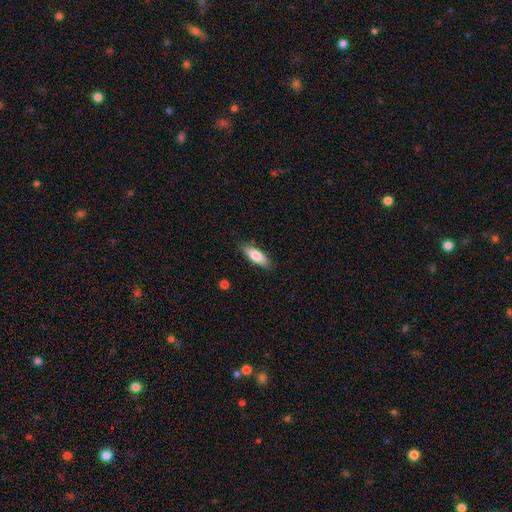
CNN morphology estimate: Smooth or featured? smooth (79%)
How rounded? in between (61%)
Merging? none (84%)